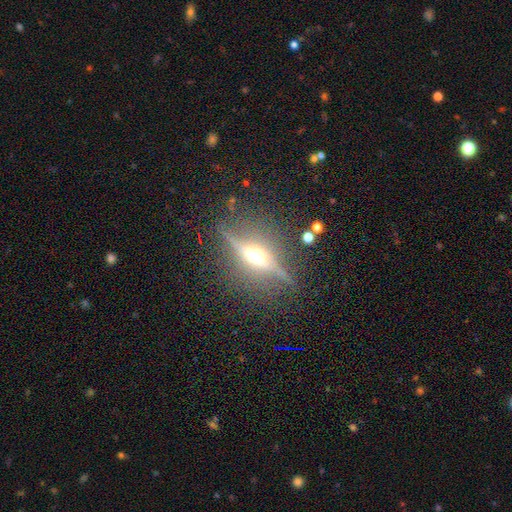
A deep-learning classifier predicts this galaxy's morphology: Smooth or featured? featured or disk (82%)
Edge-on disk? yes (88%)
Edge-on bulge? rounded (94%)
Merging? none (81%)